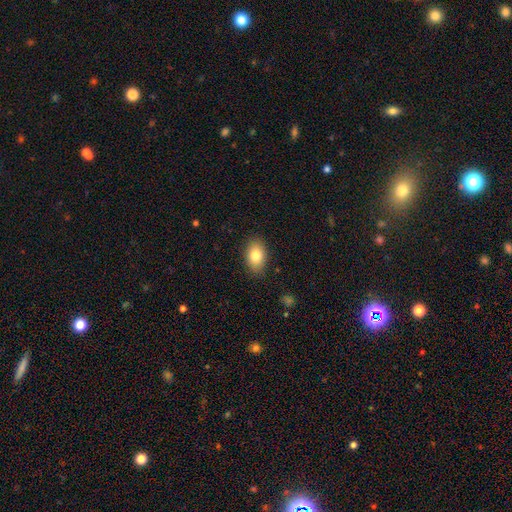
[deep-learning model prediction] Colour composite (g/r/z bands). It shows a smooth galaxy with no disk features (82%) that is in between round and cigar-shaped (86%). Merging: none (86%).